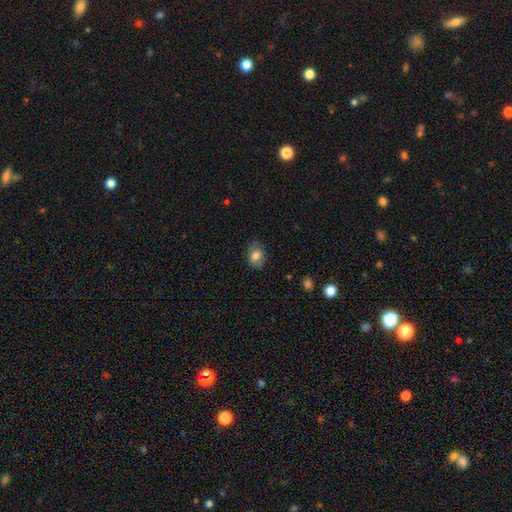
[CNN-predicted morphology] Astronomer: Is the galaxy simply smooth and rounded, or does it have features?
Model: smooth — 80%.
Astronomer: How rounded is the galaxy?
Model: in between — 68%.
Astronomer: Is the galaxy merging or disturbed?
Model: none — 77%.